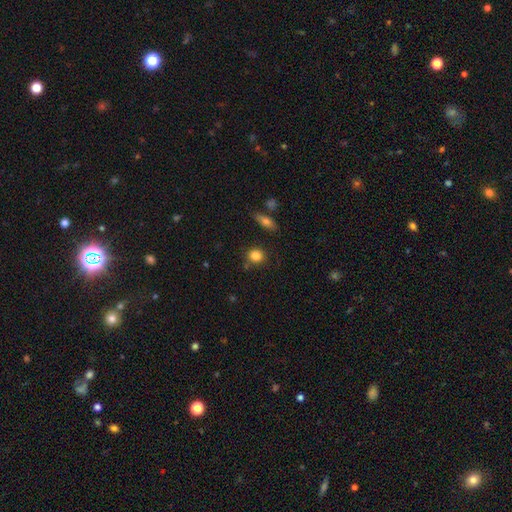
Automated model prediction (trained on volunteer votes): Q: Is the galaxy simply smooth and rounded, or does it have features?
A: smooth — 83%.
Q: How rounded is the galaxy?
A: round — 79%.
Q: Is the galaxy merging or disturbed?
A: none — 78%.